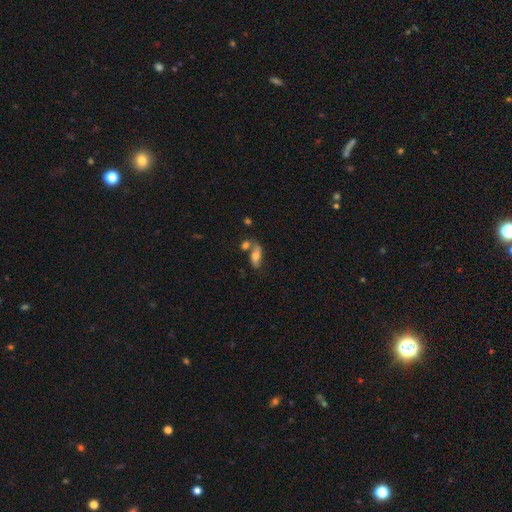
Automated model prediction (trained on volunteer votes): A smooth galaxy with no disk features (56%) that is in between round and cigar-shaped (80%).

Vote fractions:
- Smooth or featured? smooth: 56% / featured or disk: 34% / star or artifact: 10%
- How rounded? in between: 80% / cigar-shaped: 13% / round: 7%
- Merging? none: 40% / merger: 36% / minor disturbance: 15% / major disturbance: 9%